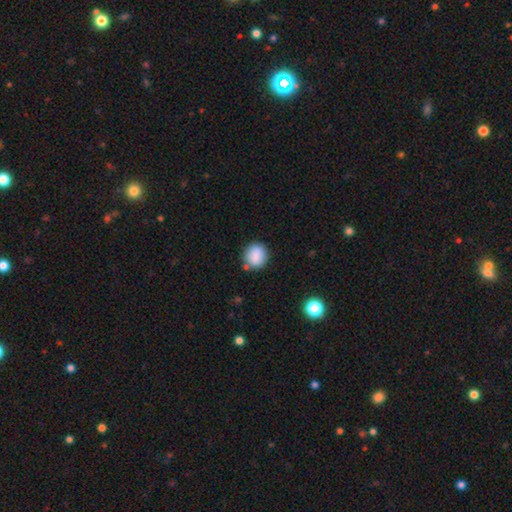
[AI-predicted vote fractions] The model was most divided on "how rounded": round: 78%, in between: 21%, cigar-shaped: 1%. More confident: smooth or featured — smooth (85%); merging — none (79%).